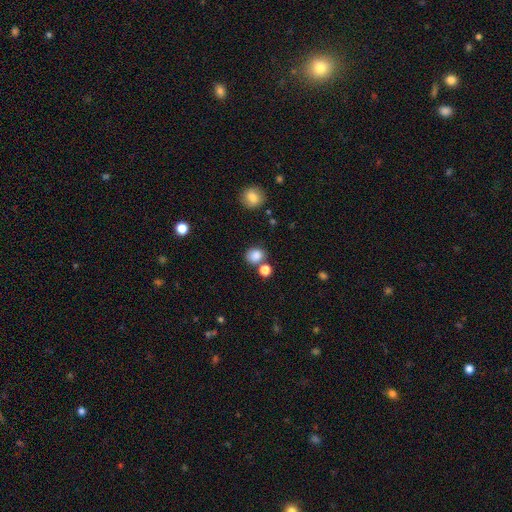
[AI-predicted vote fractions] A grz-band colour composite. It shows a smooth galaxy with no disk features (84%) that is round (67%). Merging: none (67%).